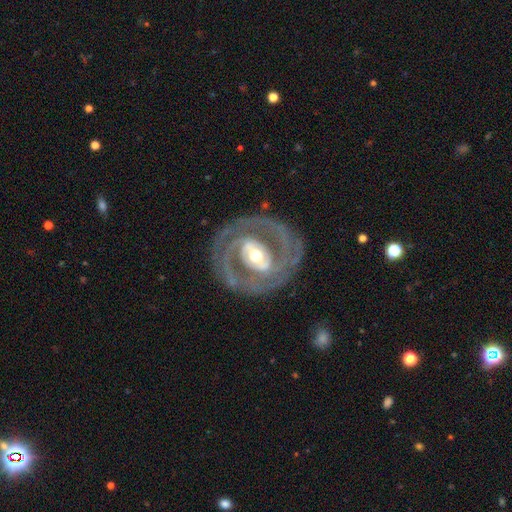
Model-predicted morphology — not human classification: A featured or disk galaxy (84%) with a strong bar (50%), 2 (64%) tight (64%) spiral arms (77%) and a moderate central bulge (56%). Merging: none (78%).